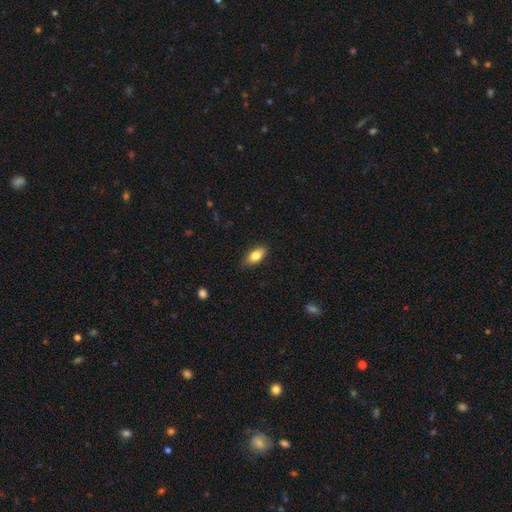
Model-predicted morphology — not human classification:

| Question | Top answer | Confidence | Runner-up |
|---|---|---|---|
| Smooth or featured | smooth | 81% | featured or disk (12%) |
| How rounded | in between | 86% | cigar-shaped (10%) |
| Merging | none | 85% | minor disturbance (12%) |